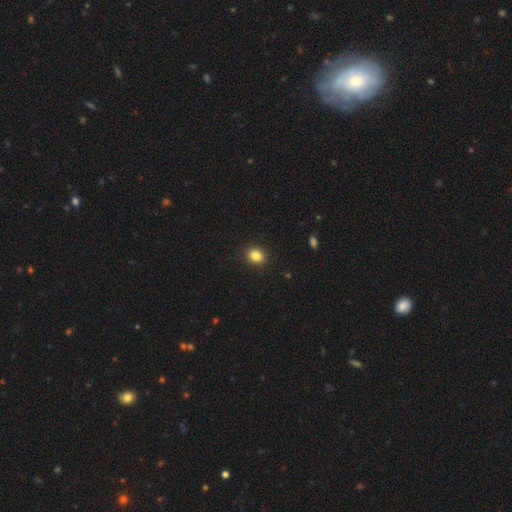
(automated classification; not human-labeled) smooth_or_featured: smooth (p=0.84) [alt: star or artifact p=0.11]
how_rounded: round (p=0.75) [alt: in between p=0.24]
merging: none (p=0.92) [alt: minor disturbance p=0.06]